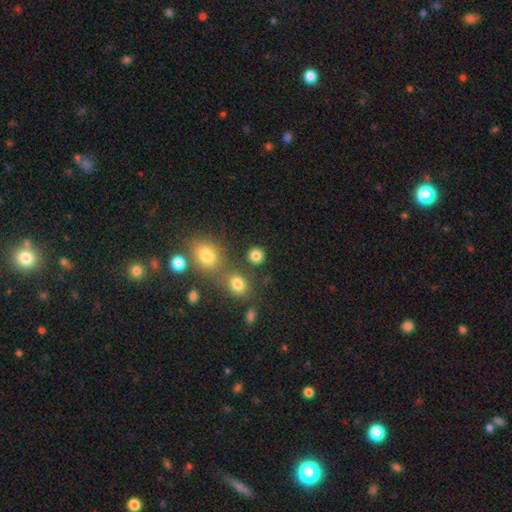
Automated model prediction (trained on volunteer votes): smooth 82%, star or artifact 13%, featured or disk 5%. Down the decision tree: how rounded — round (87%); merging — none (77%).